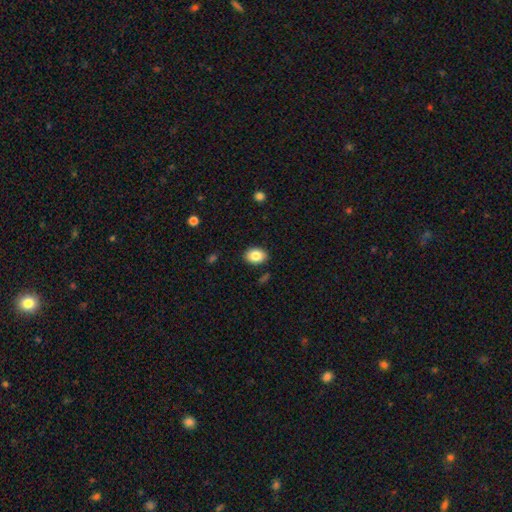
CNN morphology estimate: smooth-or-featured: smooth: 85% | star or artifact: 8% | featured or disk: 7%
  how-rounded: in between: 69% | round: 30% | cigar-shaped: 1%
  merging: none: 88% | minor disturbance: 8% | major disturbance: 2% | merger: 1%